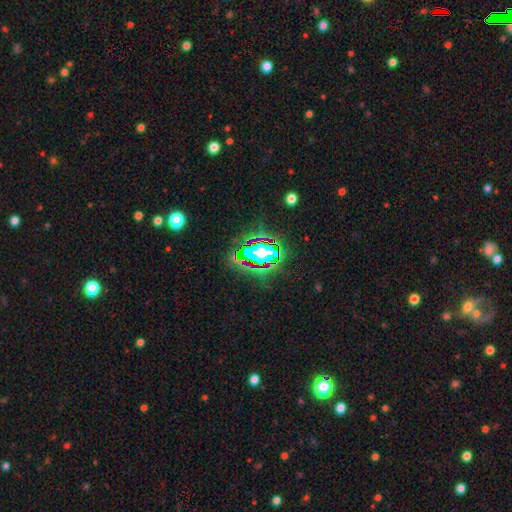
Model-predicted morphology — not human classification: Smooth or featured?
  - star or artifact: 78% *
  - smooth: 12%
  - featured or disk: 10%